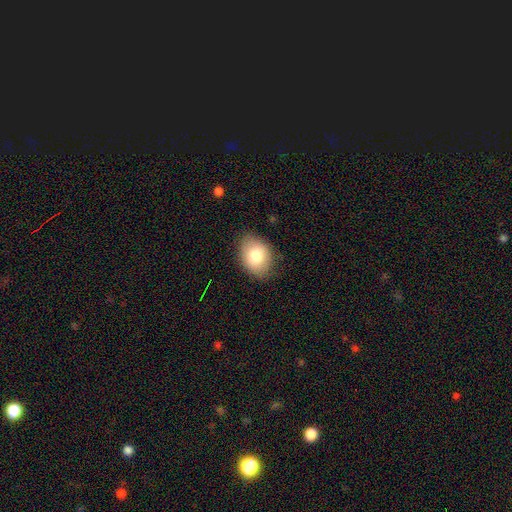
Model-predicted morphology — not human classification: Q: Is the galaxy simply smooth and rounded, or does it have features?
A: smooth — 80%.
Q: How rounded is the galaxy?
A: in between — 75%.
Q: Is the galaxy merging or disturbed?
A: none — 81%.